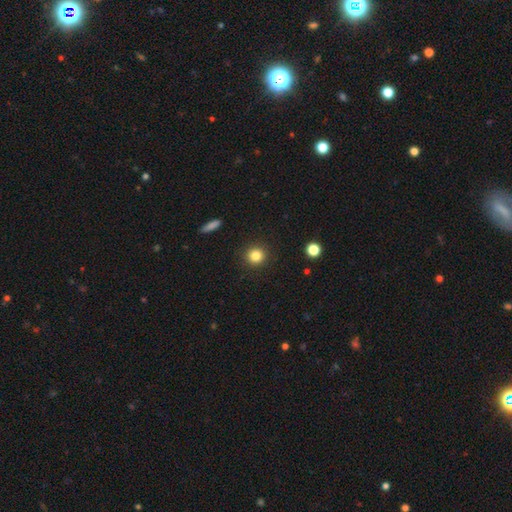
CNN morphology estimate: Q: Smooth or featured?
A: smooth (84%); runner-up: star or artifact (11%)
Q: How rounded?
A: round (92%); runner-up: in between (7%)
Q: Merging?
A: none (91%); runner-up: minor disturbance (5%)